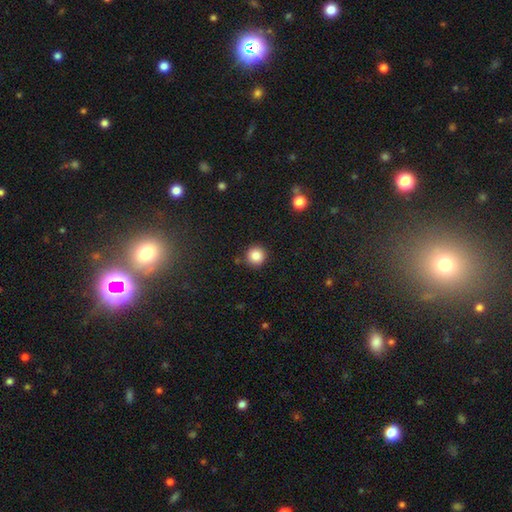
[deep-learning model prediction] This appears to be a smooth galaxy with no disk features (85%) that is round (94%). Merging: none (87%).